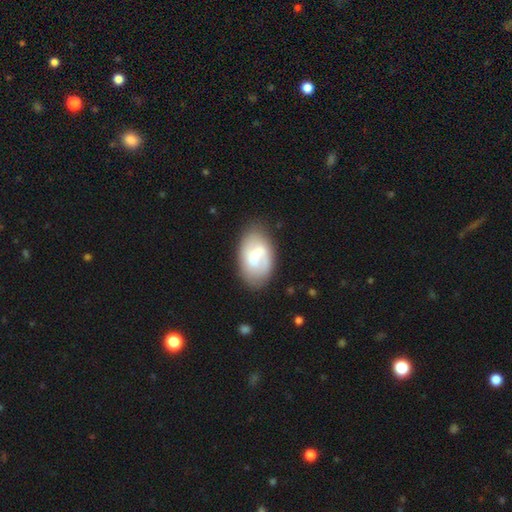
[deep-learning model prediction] Overall: featured or disk (53%; smooth 40%). Edge-on disk: no (95%). Bar: weak (51%; no 25%). Spiral arms: yes (62%; no 38%). Bulge size: small (44%; moderate 41%). Merging: none (73%).